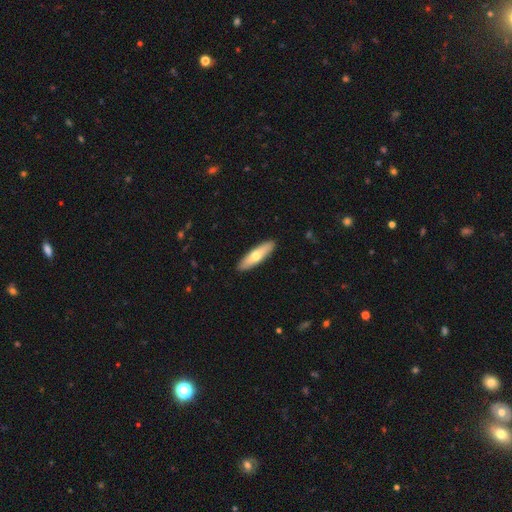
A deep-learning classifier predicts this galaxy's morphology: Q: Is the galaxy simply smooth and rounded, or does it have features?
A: smooth — 62%.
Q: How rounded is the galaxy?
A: cigar-shaped — 66%.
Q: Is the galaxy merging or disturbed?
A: none — 91%.